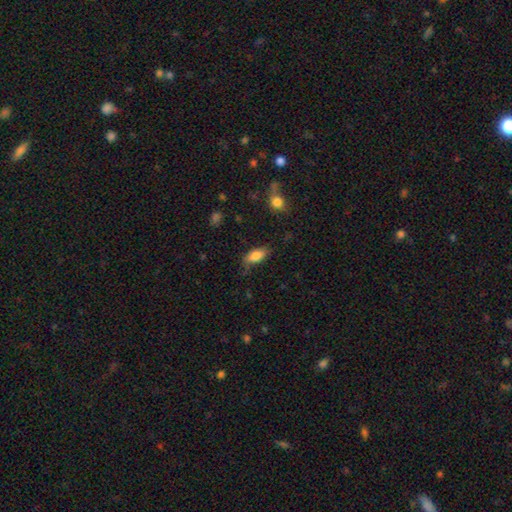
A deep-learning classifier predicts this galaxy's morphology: Smooth or featured? Predicted: smooth (p=0.83). How rounded? Predicted: in between (p=0.88). Merging? Predicted: none (p=0.69).